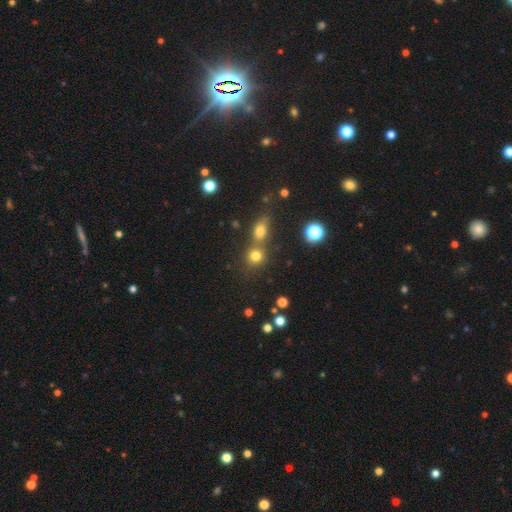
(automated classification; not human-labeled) Smooth or featured? Predicted: smooth (p=0.75). How rounded? Predicted: round (p=0.80). Merging? Predicted: none (p=0.56).